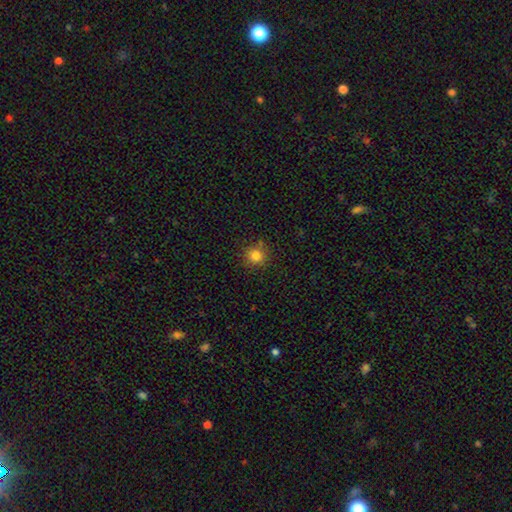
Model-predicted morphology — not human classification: smooth-or-featured: smooth: 81% | star or artifact: 13% | featured or disk: 6%
  how-rounded: round: 93% | in between: 6% | cigar-shaped: 1%
  merging: none: 86% | minor disturbance: 9% | merger: 3% | major disturbance: 2%